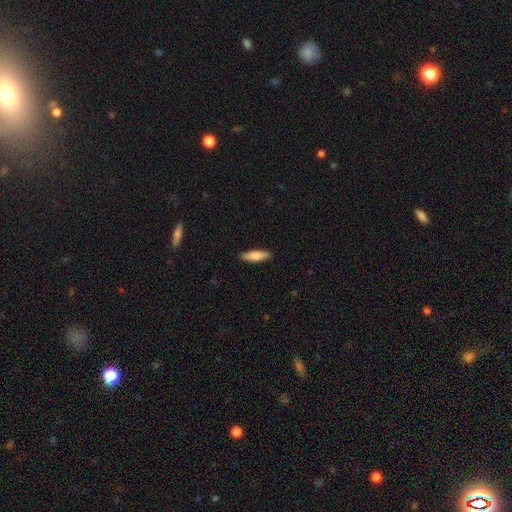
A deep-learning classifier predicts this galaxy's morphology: smooth-or-featured: smooth: 78% | featured or disk: 17% | star or artifact: 5%
  how-rounded: cigar-shaped: 67% | in between: 31% | round: 2%
  merging: none: 90% | minor disturbance: 8% | major disturbance: 2% | merger: 1%